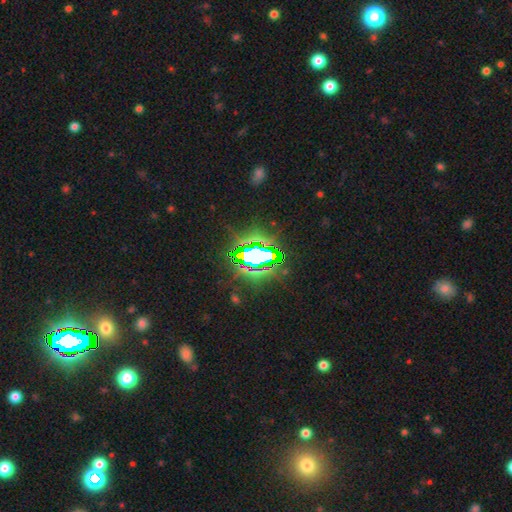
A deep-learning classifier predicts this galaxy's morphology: smooth-or-featured: star or artifact: 75% | featured or disk: 13% | smooth: 13%